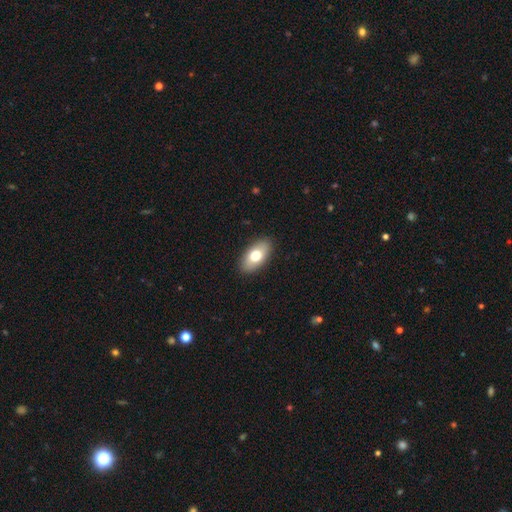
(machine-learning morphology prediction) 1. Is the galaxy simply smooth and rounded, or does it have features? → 71% smooth, 22% featured or disk, 7% star or artifact.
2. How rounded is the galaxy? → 92% in between, 5% round, 3% cigar-shaped.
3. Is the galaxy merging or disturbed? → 89% none, 8% minor disturbance, 2% major disturbance, 1% merger.